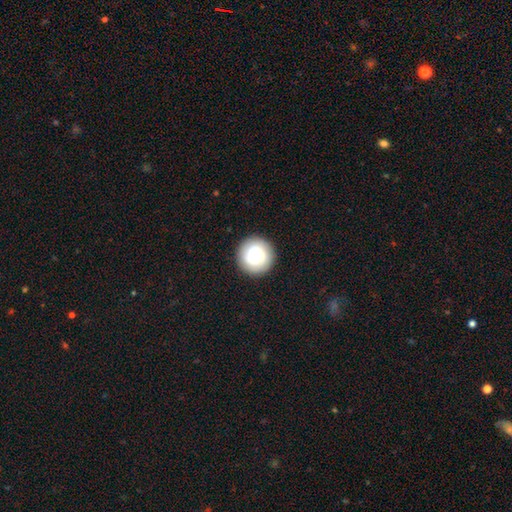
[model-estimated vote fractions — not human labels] Overall: smooth (73%). How rounded: round (96%). Merging: none (91%).